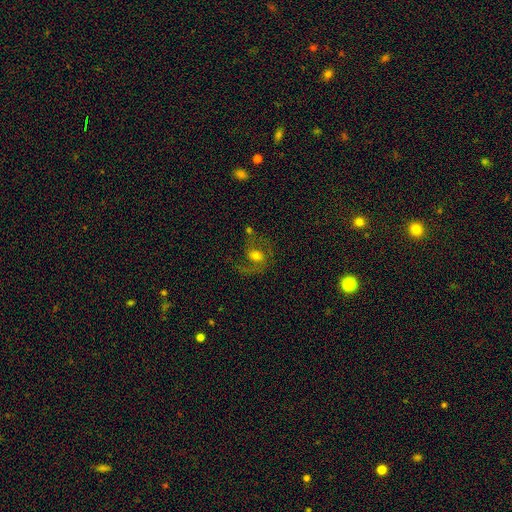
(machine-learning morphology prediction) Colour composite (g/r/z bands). It shows a featured or disk galaxy (71%) with no bar (52%), 2 (80%) medium (47%) spiral arms (89%) and a moderate central bulge (65%). Merging: none (58%).